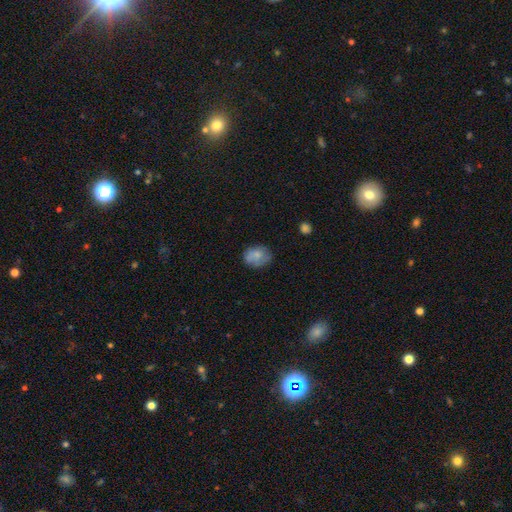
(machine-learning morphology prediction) The model was most divided on "how rounded": in between: 52%, round: 48%, cigar-shaped: 1%. More confident: smooth or featured — smooth (76%); merging — none (68%).